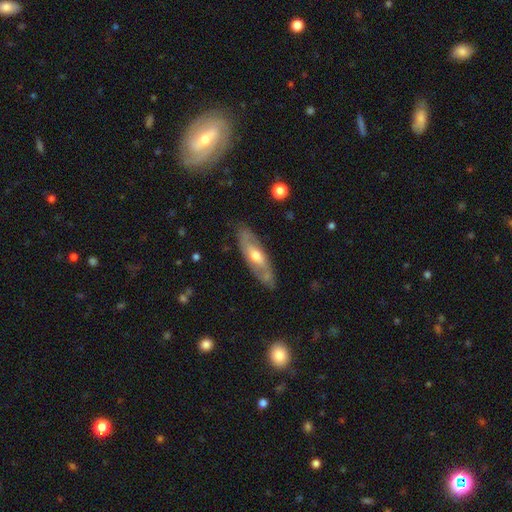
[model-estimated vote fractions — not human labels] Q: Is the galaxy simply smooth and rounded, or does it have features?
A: featured or disk — 63%.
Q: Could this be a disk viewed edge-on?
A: no — 70%.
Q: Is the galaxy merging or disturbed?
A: none — 81%.